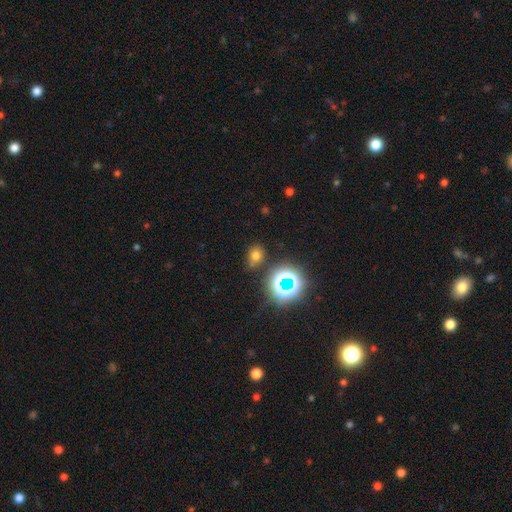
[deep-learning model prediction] smooth_or_featured: smooth (p=0.66) [alt: star or artifact p=0.26]
how_rounded: round (p=0.53) [alt: in between p=0.45]
merging: none (p=0.76) [alt: minor disturbance p=0.14]